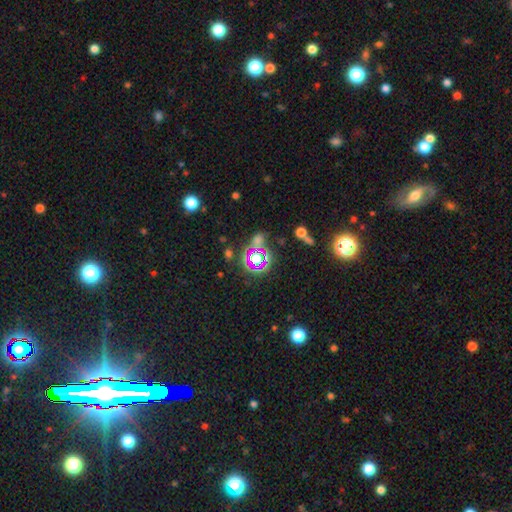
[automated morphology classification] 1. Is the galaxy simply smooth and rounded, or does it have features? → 60% star or artifact, 28% smooth, 11% featured or disk.